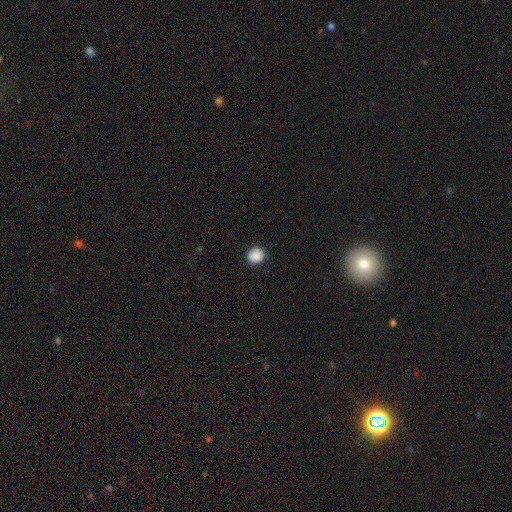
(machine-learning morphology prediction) Smooth or featured? Predicted: smooth (p=0.88). How rounded? Predicted: round (p=0.88). Merging? Predicted: none (p=0.89).